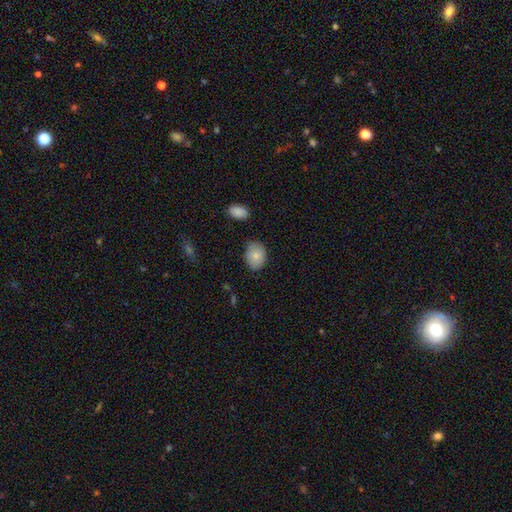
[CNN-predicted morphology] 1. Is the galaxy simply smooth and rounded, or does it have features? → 80% smooth, 13% featured or disk, 7% star or artifact.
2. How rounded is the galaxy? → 72% in between, 27% round, 1% cigar-shaped.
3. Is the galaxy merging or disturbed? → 77% none, 18% minor disturbance, 3% major disturbance, 2% merger.